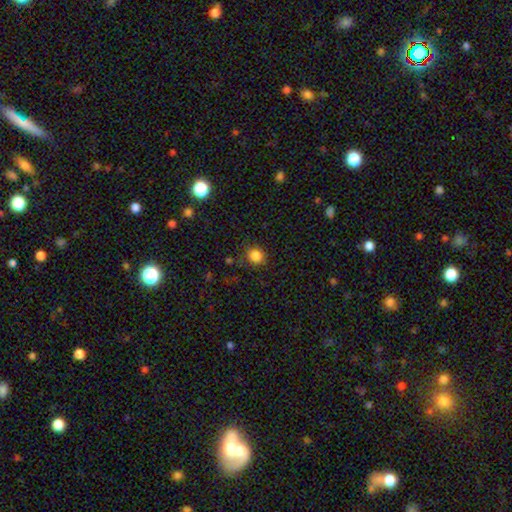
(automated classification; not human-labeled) Smooth or featured: smooth — 84% (star or artifact — 11%)
How rounded: round — 77% (in between — 22%)
Merging: none — 83% (minor disturbance — 12%)